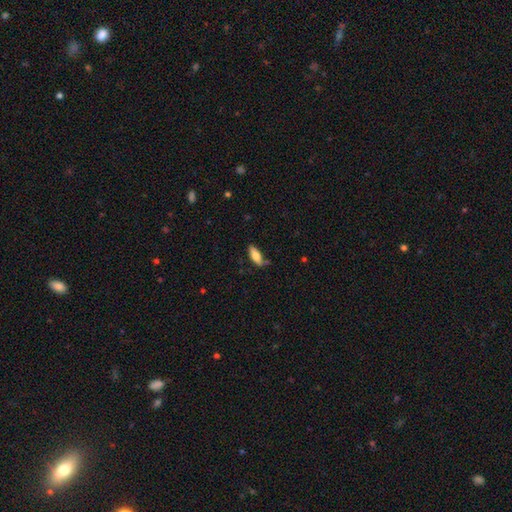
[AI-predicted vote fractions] Morphology: type=smooth (72%); roundness=in between (67%); merging=none (73%).